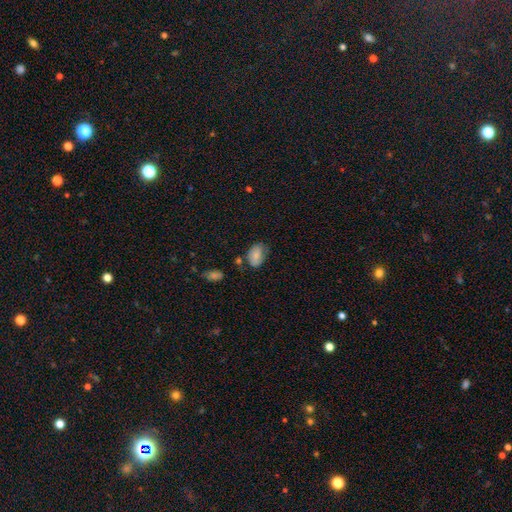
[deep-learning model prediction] Smooth or featured?
  - smooth: 78% *
  - featured or disk: 14%
  - star or artifact: 8%
How rounded?
  - in between: 87% *
  - round: 12%
  - cigar-shaped: 1%
Merging?
  - none: 53% *
  - minor disturbance: 30%
  - major disturbance: 10%
  - merger: 7%